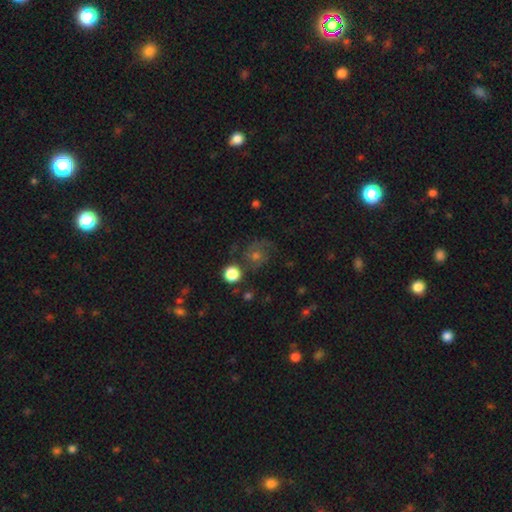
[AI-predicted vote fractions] Morphology: type=smooth (39%); merging=none (65%).